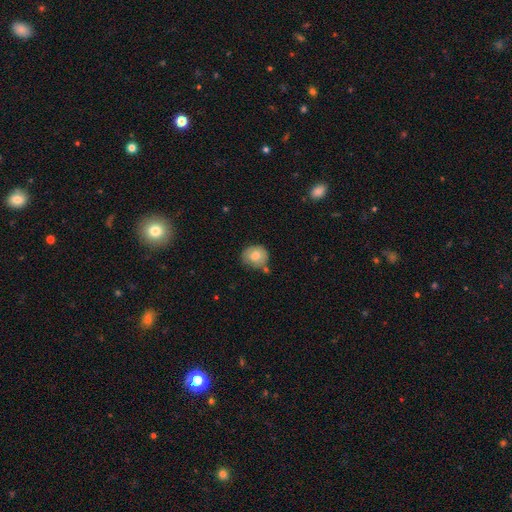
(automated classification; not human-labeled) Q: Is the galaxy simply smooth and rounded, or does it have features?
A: smooth — 78%.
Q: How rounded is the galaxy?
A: round — 77%.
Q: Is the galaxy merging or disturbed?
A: none — 64%.